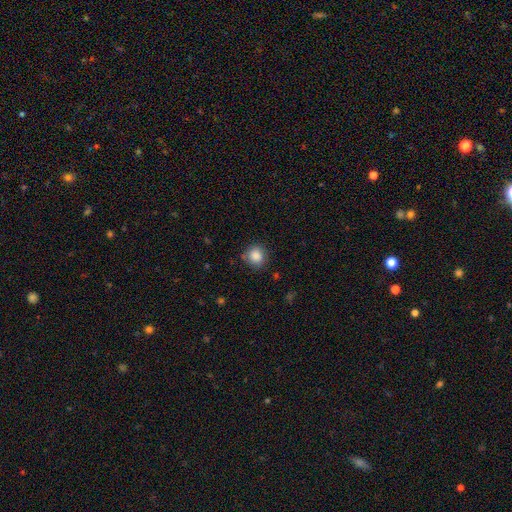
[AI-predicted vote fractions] This appears to be a smooth galaxy with no disk features (86%) that is round (87%). Merging: none (80%).